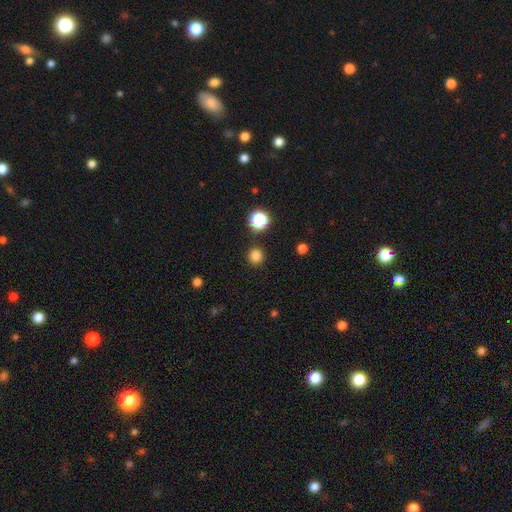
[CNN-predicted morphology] A smooth galaxy with no disk features (81%) that is round (93%).

Vote fractions:
- Smooth or featured? smooth: 81% / star or artifact: 15% / featured or disk: 4%
- How rounded? round: 93% / in between: 6% / cigar-shaped: 1%
- Merging? none: 91% / minor disturbance: 5% / merger: 2% / major disturbance: 2%